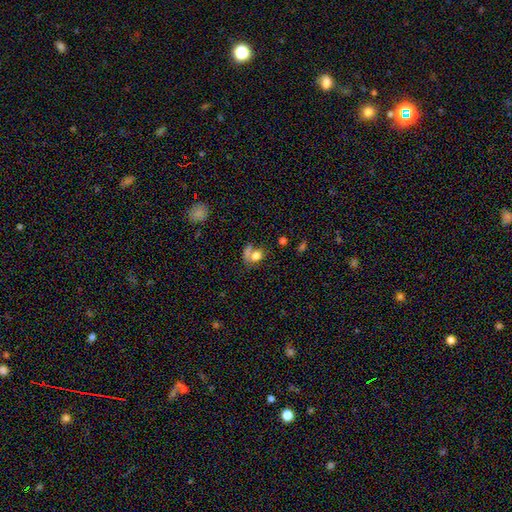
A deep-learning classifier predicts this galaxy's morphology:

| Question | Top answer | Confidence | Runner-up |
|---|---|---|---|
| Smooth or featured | smooth | 74% | featured or disk (13%) |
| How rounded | in between | 50% | round (48%) |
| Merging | none | 38% | merger (36%) |